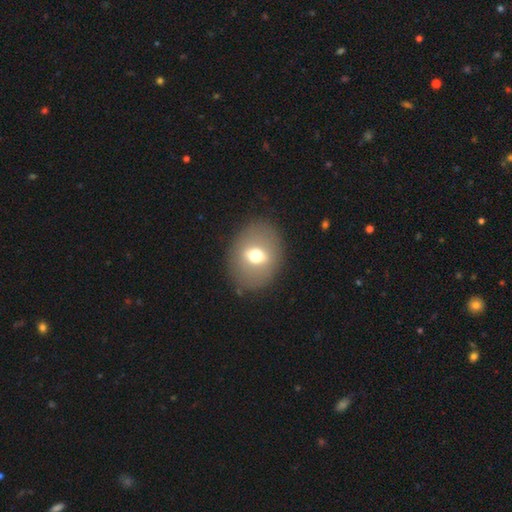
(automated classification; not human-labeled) A smooth galaxy with no disk features (55%) that is in between round and cigar-shaped (53%). Merging: none (85%).